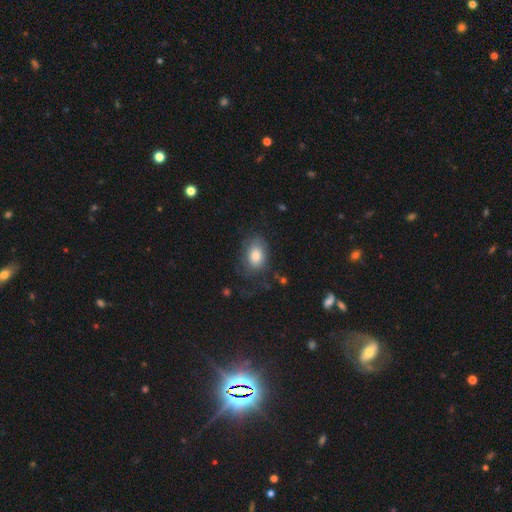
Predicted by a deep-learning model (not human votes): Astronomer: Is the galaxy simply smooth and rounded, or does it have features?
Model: smooth — 69%.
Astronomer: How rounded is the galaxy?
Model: in between — 80%.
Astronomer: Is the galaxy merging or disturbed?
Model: none — 59%.